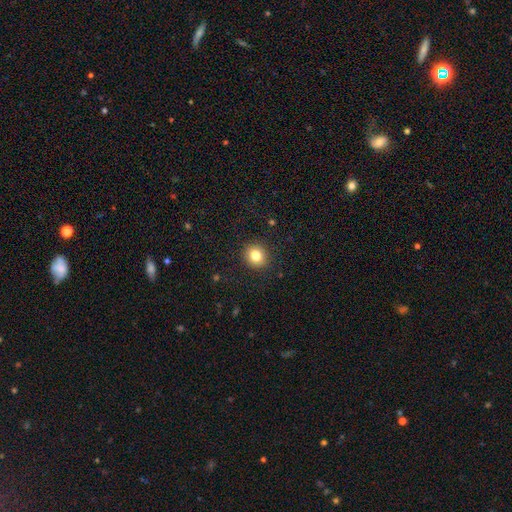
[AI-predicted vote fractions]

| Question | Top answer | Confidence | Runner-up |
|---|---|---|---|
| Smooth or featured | smooth | 82% | star or artifact (11%) |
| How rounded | round | 86% | in between (13%) |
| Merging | none | 91% | minor disturbance (6%) |